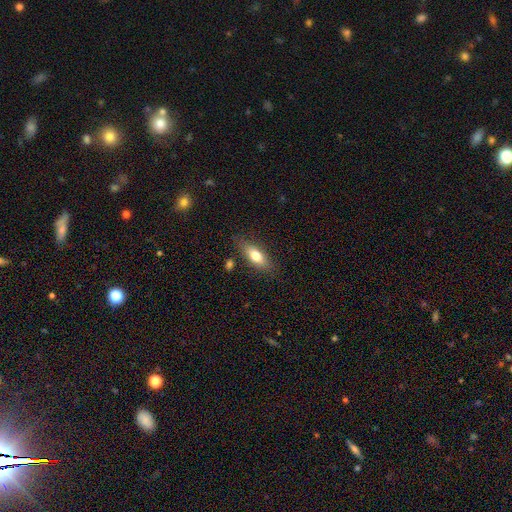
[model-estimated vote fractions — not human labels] Smooth or featured?
  - smooth: 71% *
  - featured or disk: 22%
  - star or artifact: 7%
How rounded?
  - in between: 71% *
  - cigar-shaped: 25%
  - round: 3%
Merging?
  - none: 79% *
  - minor disturbance: 14%
  - major disturbance: 3%
  - merger: 3%